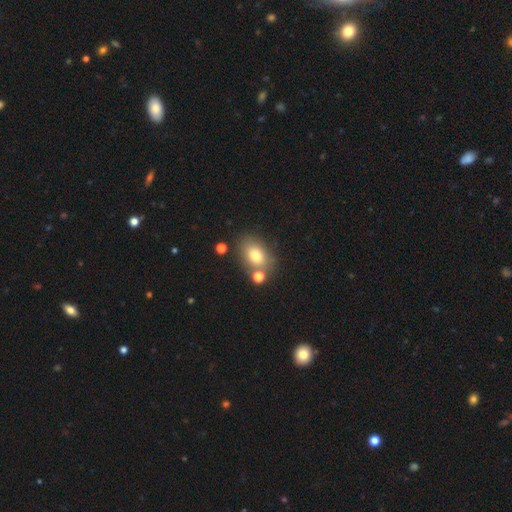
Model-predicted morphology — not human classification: smooth_or_featured: smooth (p=0.77) [alt: featured or disk p=0.13]
how_rounded: in between (p=0.77) [alt: round p=0.21]
merging: none (p=0.68) [alt: merger p=0.14]